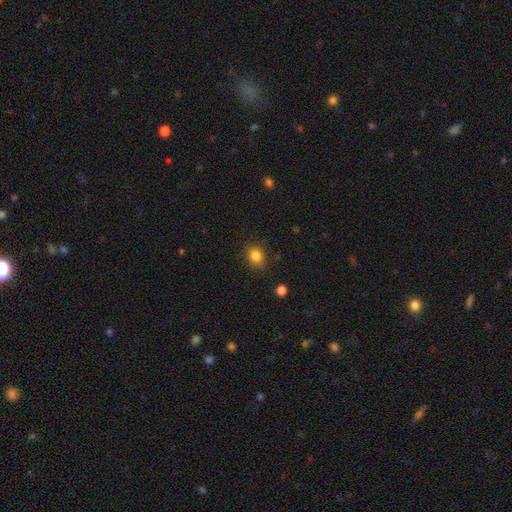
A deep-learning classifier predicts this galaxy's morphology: Smooth or featured? smooth (84%)
How rounded? round (59%)
Merging? none (84%)